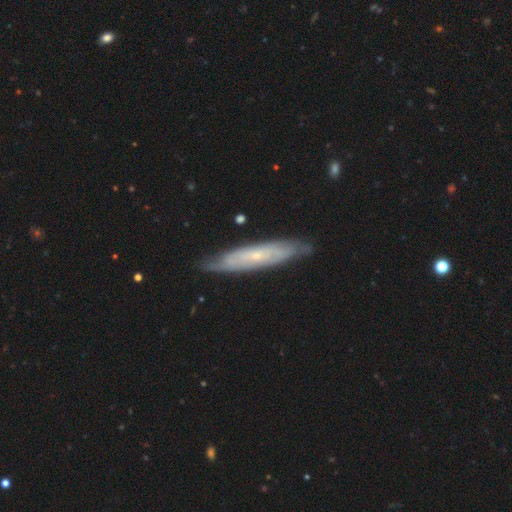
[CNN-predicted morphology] type=featured or disk (67%); edge-on=no (52%); merging=none (80%).